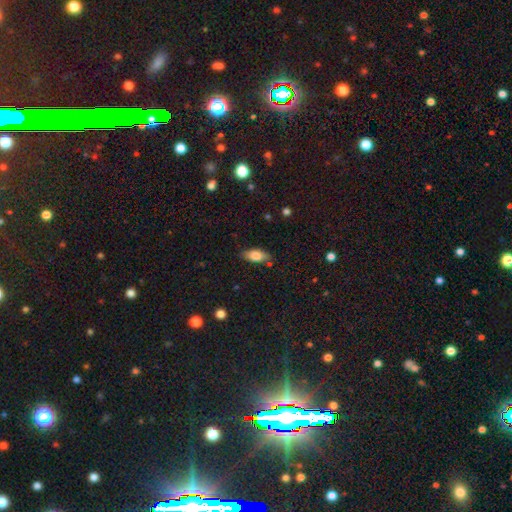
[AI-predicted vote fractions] This appears to be a smooth galaxy with no disk features (77%) that is in between round and cigar-shaped (86%). Merging: none (81%).